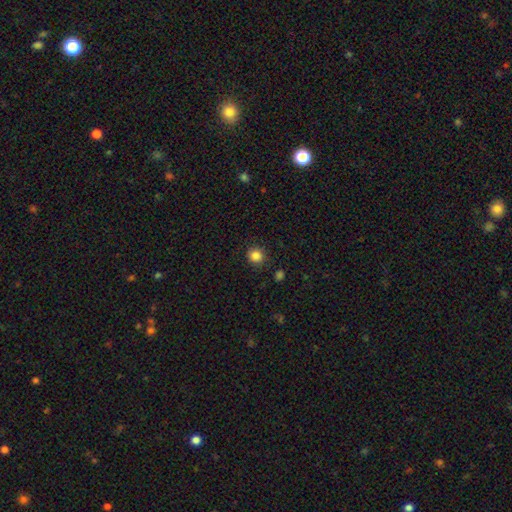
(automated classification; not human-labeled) Morphology: type=smooth (85%); roundness=round (90%); merging=none (89%).